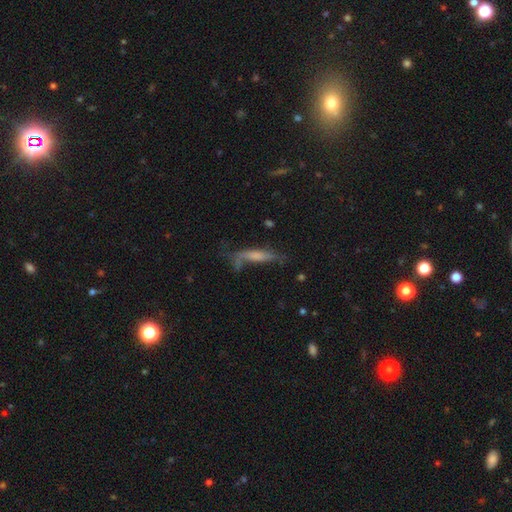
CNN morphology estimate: smooth-or-featured: smooth: 52% | featured or disk: 38% | star or artifact: 11%
  how-rounded: cigar-shaped: 79% | in between: 19% | round: 2%
  merging: none: 39% | major disturbance: 26% | minor disturbance: 25% | merger: 9%